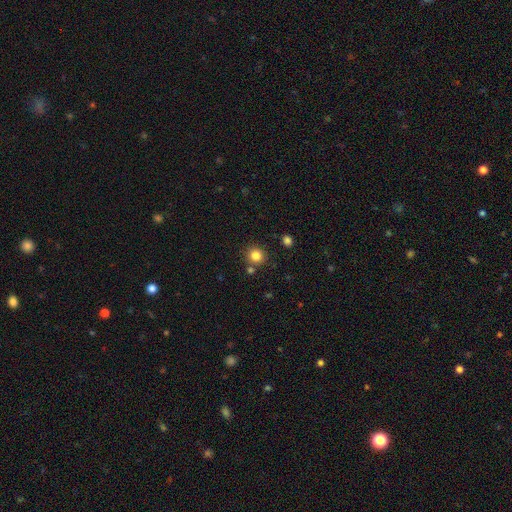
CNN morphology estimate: This appears to be a smooth galaxy with no disk features (84%) that is round (90%). Merging: none (82%).